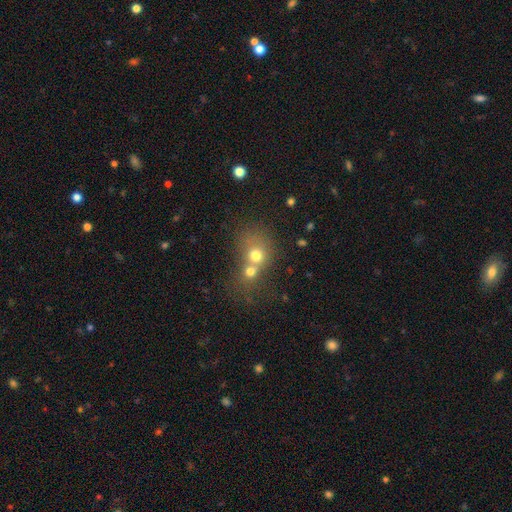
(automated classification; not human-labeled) smooth-or-featured: smooth: 68% | featured or disk: 18% | star or artifact: 14%
  how-rounded: round: 73% | in between: 26% | cigar-shaped: 1%
  merging: merger: 66% | none: 24% | minor disturbance: 6% | major disturbance: 4%